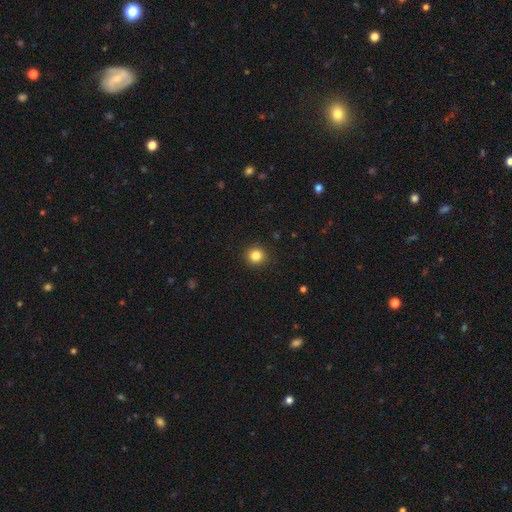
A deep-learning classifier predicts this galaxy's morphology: Smooth or featured?
  - smooth: 85% *
  - star or artifact: 11%
  - featured or disk: 4%
How rounded?
  - round: 93% *
  - in between: 6%
  - cigar-shaped: 1%
Merging?
  - none: 92% *
  - minor disturbance: 5%
  - major disturbance: 2%
  - merger: 1%